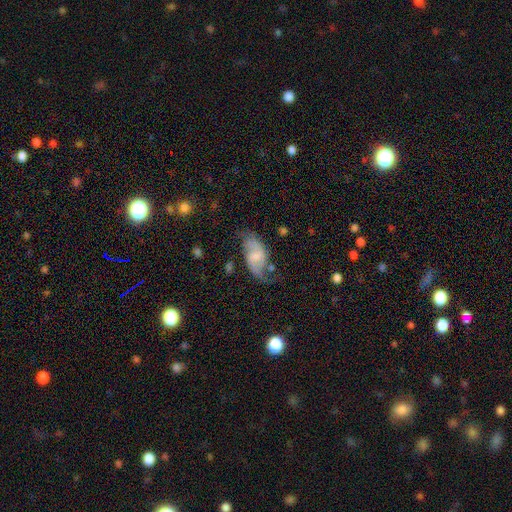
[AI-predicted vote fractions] Q: Smooth or featured?
A: featured or disk (71%); runner-up: smooth (22%)
Q: Edge-on disk?
A: no (96%); runner-up: yes (4%)
Q: Bar?
A: weak (50%); runner-up: no (34%)
Q: Spiral arms?
A: yes (90%); runner-up: no (10%)
Q: Spiral winding?
A: loose (55%); runner-up: medium (34%)
Q: Spiral arm count?
A: 2 (87%); runner-up: can't tell (6%)
Q: Bulge size?
A: small (34%); runner-up: none (31%)
Q: Merging?
A: none (53%); runner-up: minor disturbance (24%)